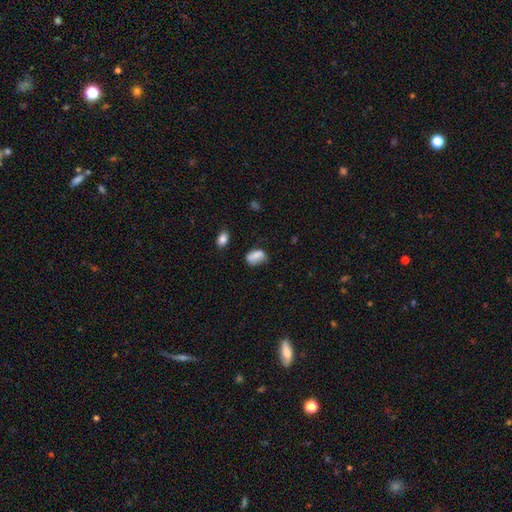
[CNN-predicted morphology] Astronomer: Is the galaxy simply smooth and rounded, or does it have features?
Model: smooth — 79%.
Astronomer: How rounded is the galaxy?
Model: in between — 85%.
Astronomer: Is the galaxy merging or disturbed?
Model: none — 51% (runner-up: minor disturbance, 34%).